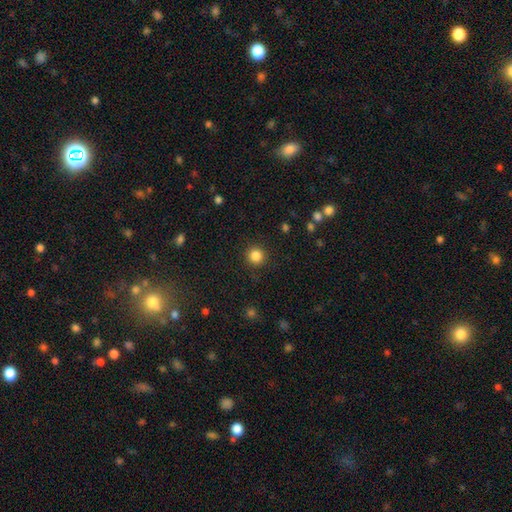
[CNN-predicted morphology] This is clearly a smooth galaxy (85%). How rounded: clearly round (95%). Merging: clearly none (91%).